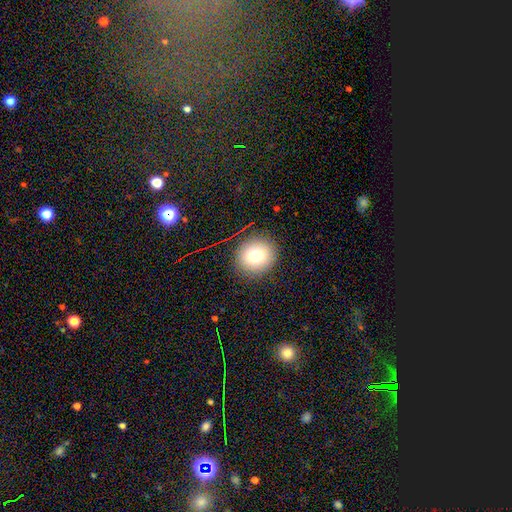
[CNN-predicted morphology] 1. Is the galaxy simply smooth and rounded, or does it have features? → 77% smooth, 12% star or artifact, 10% featured or disk.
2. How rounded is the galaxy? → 84% round, 15% in between, 1% cigar-shaped.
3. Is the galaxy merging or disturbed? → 88% none, 8% minor disturbance, 3% major disturbance, 1% merger.